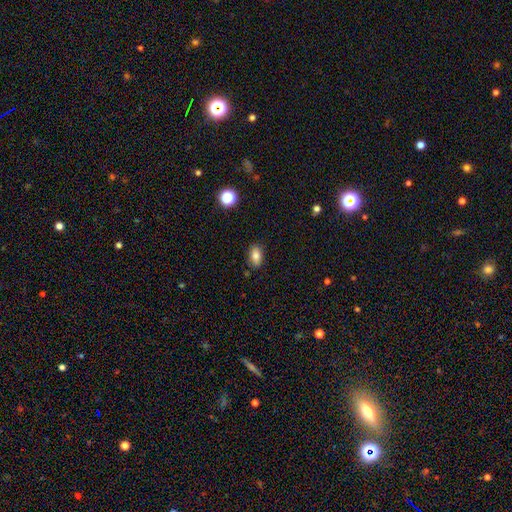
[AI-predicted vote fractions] This appears to be a smooth galaxy with no disk features (82%) that is in between round and cigar-shaped (88%). Merging: none (85%).